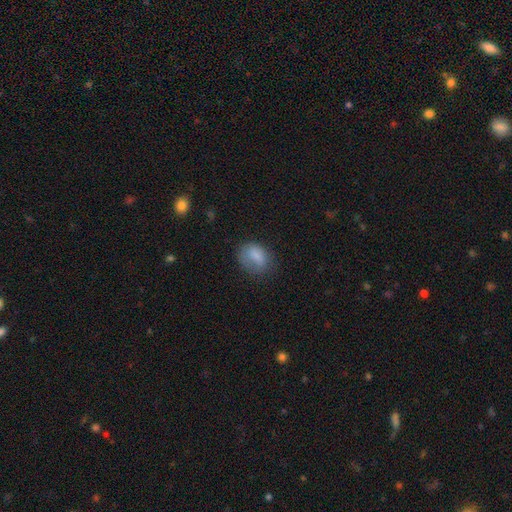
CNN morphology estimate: Overall: smooth (79%). How rounded: in between (70%). Merging: none (54%; minor disturbance 28%).